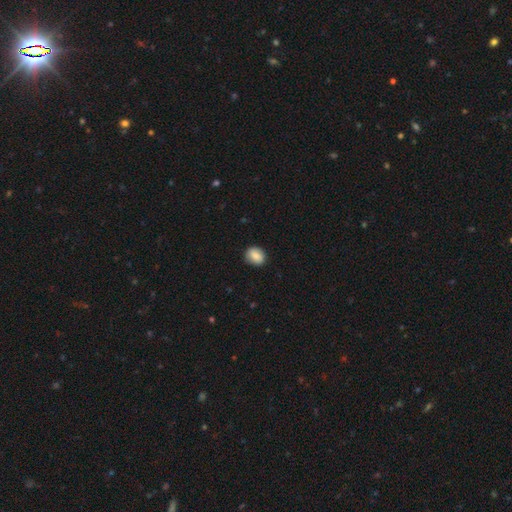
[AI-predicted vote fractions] A smooth galaxy with no disk features (85%) that is round (52%).

Vote fractions:
- Smooth or featured? smooth: 85% / star or artifact: 8% / featured or disk: 7%
- How rounded? round: 52% / in between: 47% / cigar-shaped: 1%
- Merging? none: 85% / minor disturbance: 11% / major disturbance: 2% / merger: 1%